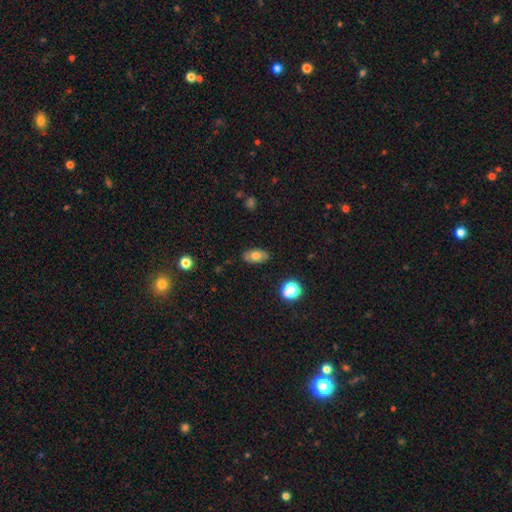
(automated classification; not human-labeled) This is likely a smooth galaxy (71%). How rounded: clearly in between (90%). Merging: clearly none (85%).